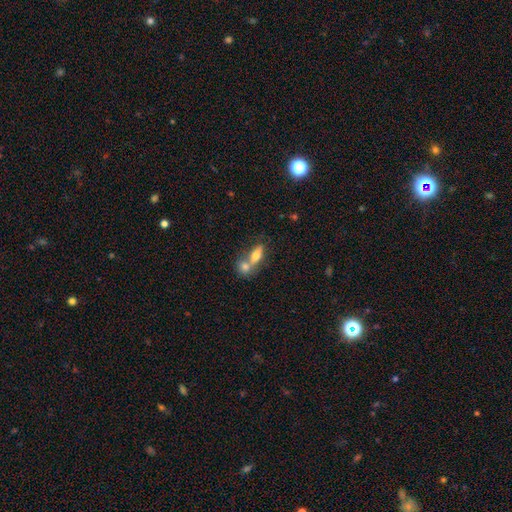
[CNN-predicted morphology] This is likely a smooth galaxy (67%). How rounded: likely in between (66%). Merging: possibly merger (58%).